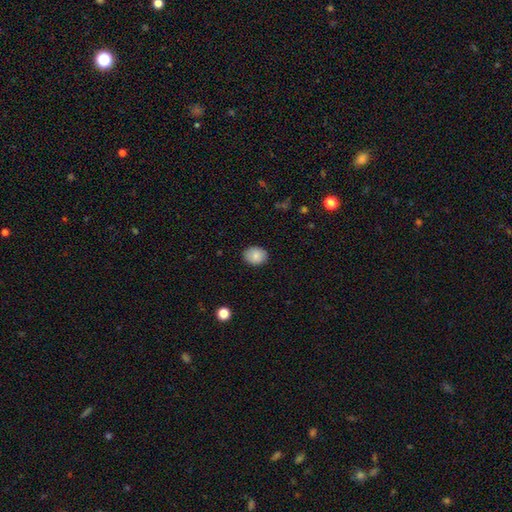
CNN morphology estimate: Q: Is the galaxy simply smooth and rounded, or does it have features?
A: smooth — 84%.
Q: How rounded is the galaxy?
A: in between — 52%.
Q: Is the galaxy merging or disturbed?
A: none — 86%.